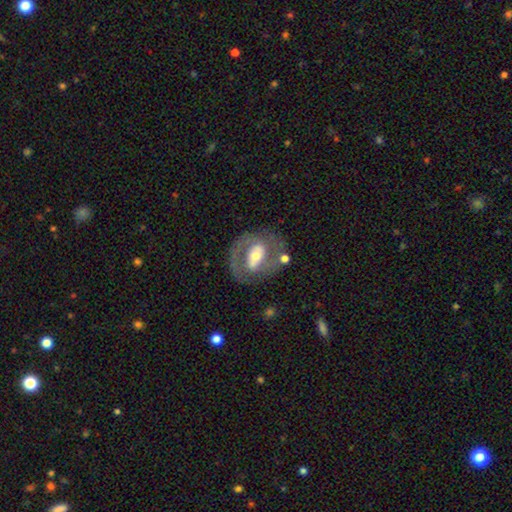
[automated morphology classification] type=featured or disk (73%); edge-on=no (95%); bar=strong (37%); spiral arms=yes (64%); bulge=moderate (61%); merging=none (66%).